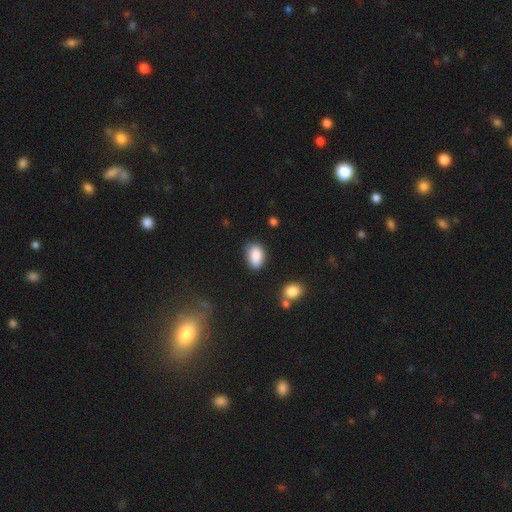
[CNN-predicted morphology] Smooth or featured?
  - smooth: 87% *
  - star or artifact: 8%
  - featured or disk: 5%
How rounded?
  - in between: 87% *
  - round: 12%
  - cigar-shaped: 2%
Merging?
  - none: 70% *
  - minor disturbance: 23%
  - major disturbance: 4%
  - merger: 3%